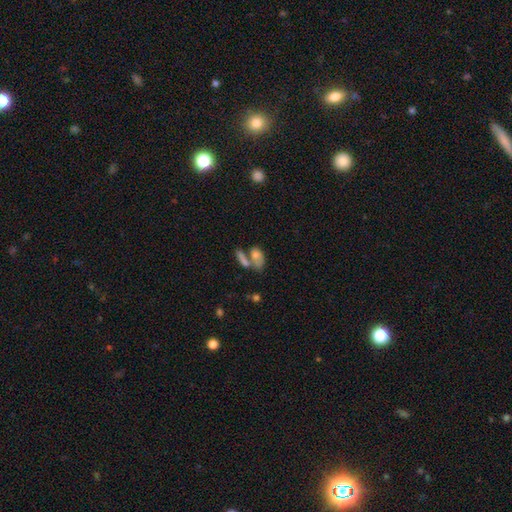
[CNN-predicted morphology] smooth-or-featured: smooth: 70% | featured or disk: 20% | star or artifact: 10%
  how-rounded: in between: 83% | round: 10% | cigar-shaped: 7%
  merging: merger: 53% | none: 29% | minor disturbance: 11% | major disturbance: 8%